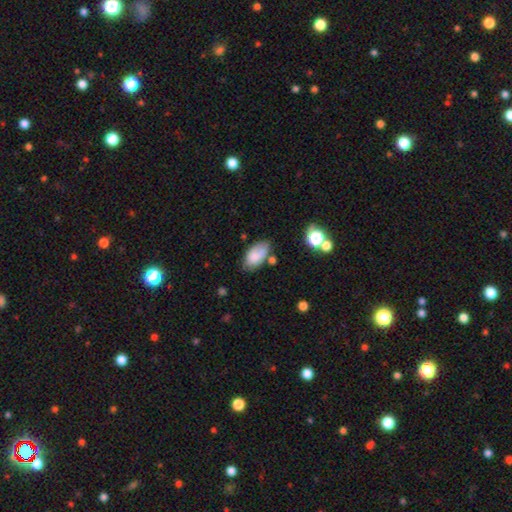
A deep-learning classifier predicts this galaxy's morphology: Smooth or featured? Predicted: smooth (p=0.77). How rounded? Predicted: in between (p=0.93). Merging? Predicted: none (p=0.59).